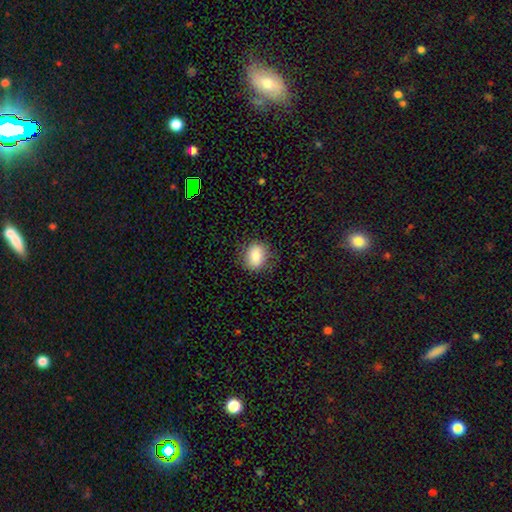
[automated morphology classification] Q: Smooth or featured?
A: smooth (81%); runner-up: featured or disk (10%)
Q: How rounded?
A: round (51%); runner-up: in between (48%)
Q: Merging?
A: none (82%); runner-up: minor disturbance (13%)